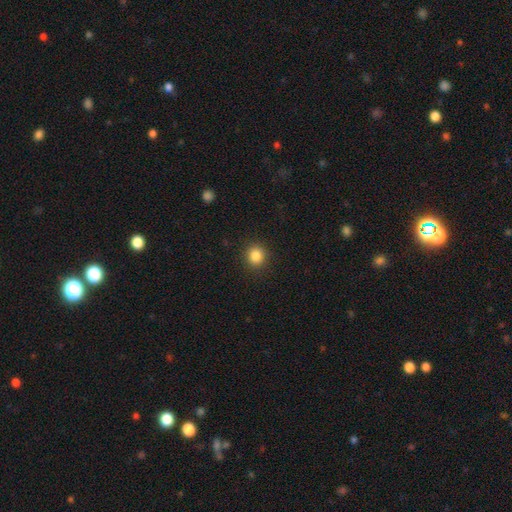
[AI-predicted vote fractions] The model was most divided on "how rounded": round: 85%, in between: 14%, cigar-shaped: 1%. More confident: merging — none (90%); smooth or featured — smooth (85%).